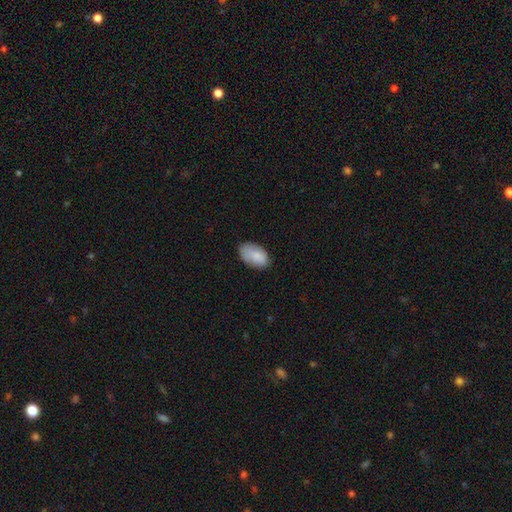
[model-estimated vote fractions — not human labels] smooth_or_featured: smooth (p=0.87) [alt: featured or disk p=0.07]
how_rounded: in between (p=0.93) [alt: round p=0.06]
merging: none (p=0.75) [alt: minor disturbance p=0.20]